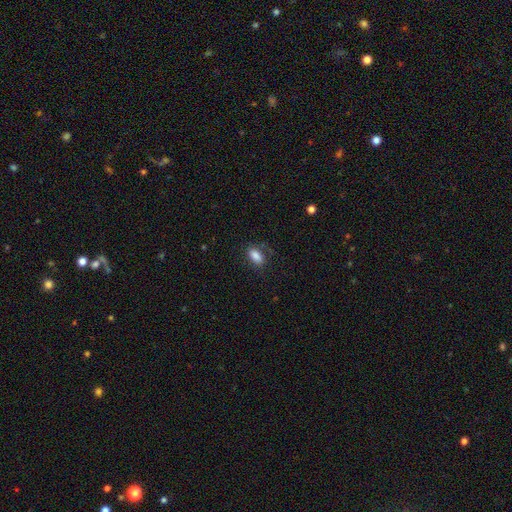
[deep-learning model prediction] Smooth or featured?
  - smooth: 85% *
  - star or artifact: 8%
  - featured or disk: 6%
How rounded?
  - in between: 88% *
  - cigar-shaped: 6%
  - round: 5%
Merging?
  - none: 76% *
  - minor disturbance: 17%
  - major disturbance: 6%
  - merger: 2%